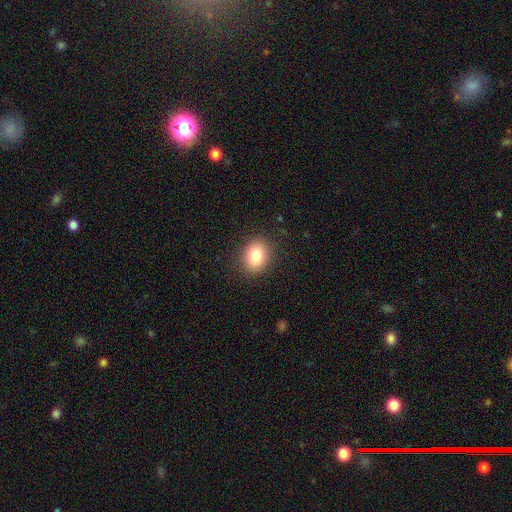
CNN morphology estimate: Q: Smooth or featured?
A: smooth (82%); runner-up: star or artifact (10%)
Q: How rounded?
A: round (50%); runner-up: in between (49%)
Q: Merging?
A: none (88%); runner-up: minor disturbance (8%)